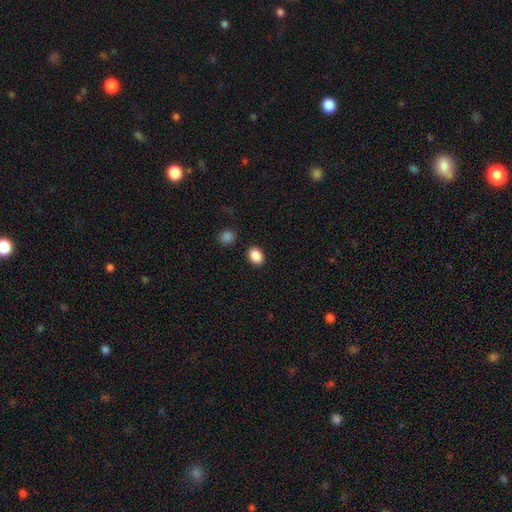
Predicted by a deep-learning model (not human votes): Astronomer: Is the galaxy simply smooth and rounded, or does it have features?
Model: smooth — 88%.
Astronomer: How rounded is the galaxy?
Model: in between — 68%.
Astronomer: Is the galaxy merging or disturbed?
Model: none — 87%.